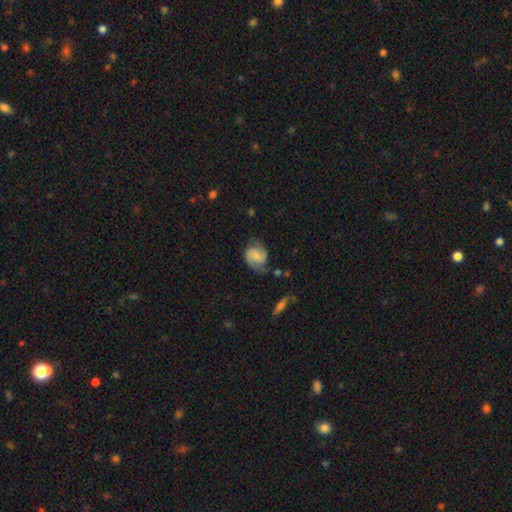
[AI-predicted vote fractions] A featured or disk galaxy (63%) with no bar (47%), 2 (85%) medium (46%) spiral arms (94%) and a small central bulge (33%).

Vote fractions:
- Smooth or featured? featured or disk: 63% / smooth: 29% / star or artifact: 8%
- Edge-on disk? no: 97% / yes: 3%
- Bar? no: 47% / weak: 41% / strong: 11%
- Spiral arms? yes: 94% / no: 6%
- Spiral winding? medium: 46% / tight: 29% / loose: 24%
- Spiral arm count? 2: 85% / can't tell: 7% / 1: 4% / 3: 1% / 4: 1% / more than 4: 1%
- Bulge size? small: 33% / none: 31% / moderate: 26% / large: 8% / dominant: 2%
- Merging? none: 65% / minor disturbance: 23% / major disturbance: 9% / merger: 3%